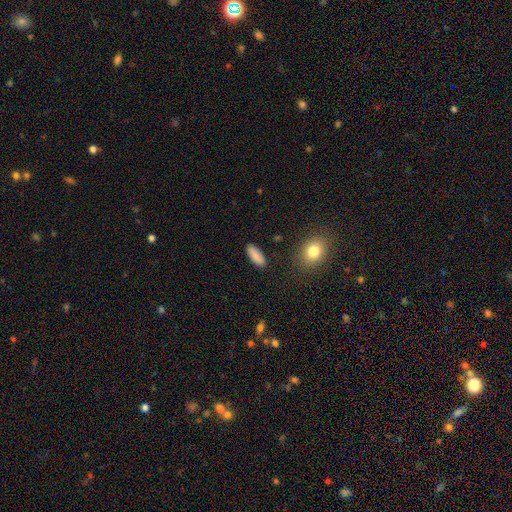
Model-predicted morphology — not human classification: Smooth or featured?
  - smooth: 86% *
  - featured or disk: 7%
  - star or artifact: 7%
How rounded?
  - in between: 75% *
  - cigar-shaped: 23%
  - round: 2%
Merging?
  - none: 87% *
  - minor disturbance: 9%
  - major disturbance: 2%
  - merger: 2%